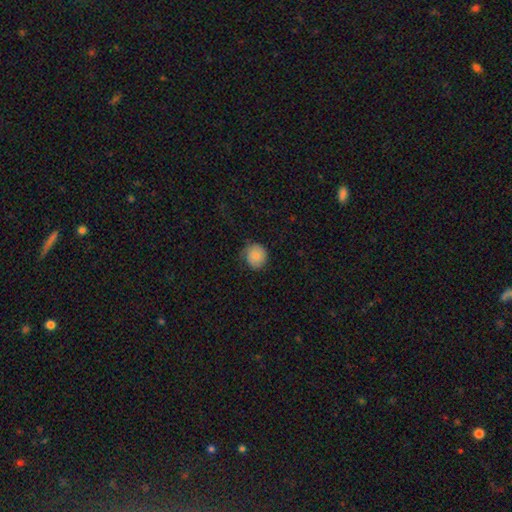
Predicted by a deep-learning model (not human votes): smooth_or_featured: smooth (p=0.80) [alt: featured or disk p=0.13]
how_rounded: round (p=0.87) [alt: in between p=0.12]
merging: none (p=0.63) [alt: minor disturbance p=0.27]